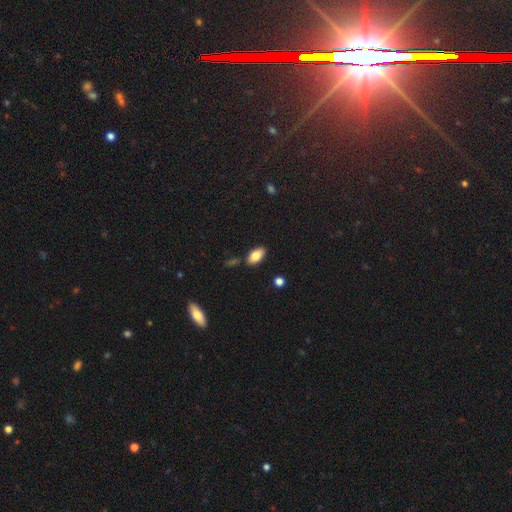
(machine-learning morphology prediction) This is clearly a smooth galaxy (82%). How rounded: clearly in between (92%). Merging: clearly none (82%).